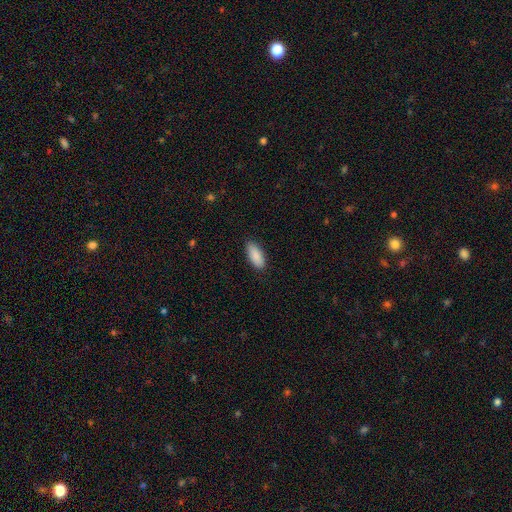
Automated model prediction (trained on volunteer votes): This is clearly a smooth galaxy (90%). How rounded: clearly in between (83%). Merging: clearly none (88%).